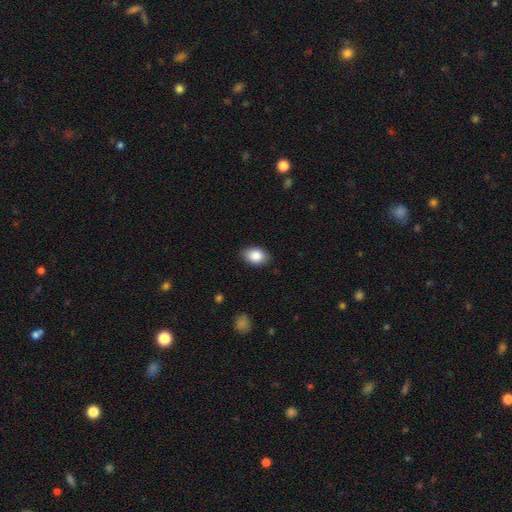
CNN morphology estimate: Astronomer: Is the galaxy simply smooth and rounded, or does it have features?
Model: smooth — 87%.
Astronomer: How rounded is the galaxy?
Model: in between — 85%.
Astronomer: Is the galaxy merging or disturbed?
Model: none — 85%.